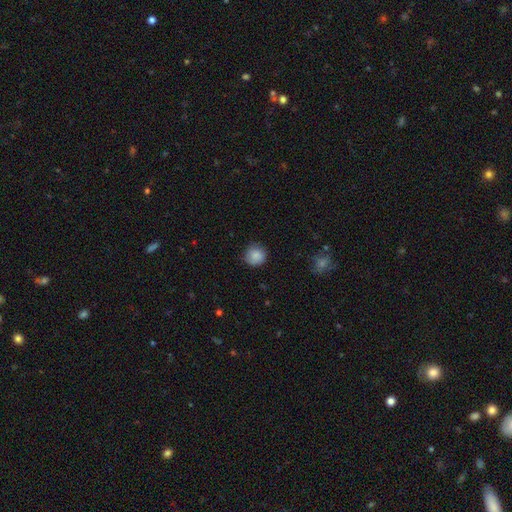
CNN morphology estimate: This appears to be a smooth galaxy with no disk features (85%) that is round (91%). Merging: none (81%).